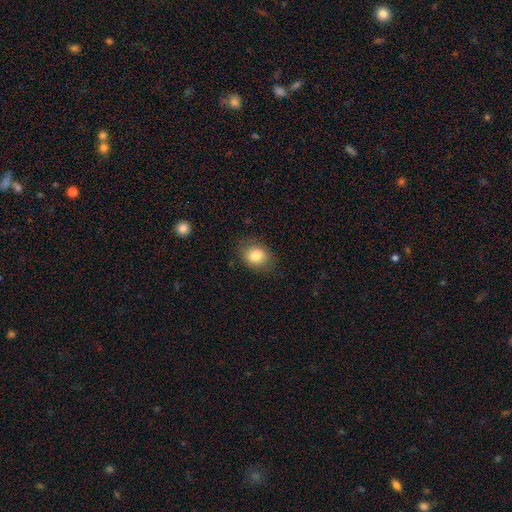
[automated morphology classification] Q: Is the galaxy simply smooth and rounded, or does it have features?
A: smooth — 82%.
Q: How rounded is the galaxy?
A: in between — 54%.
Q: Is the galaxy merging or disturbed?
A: none — 80%.